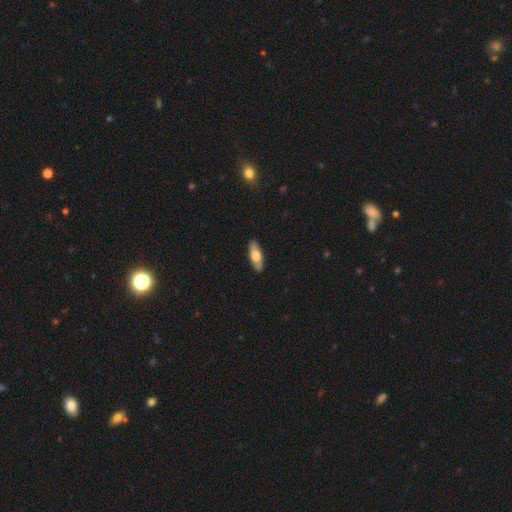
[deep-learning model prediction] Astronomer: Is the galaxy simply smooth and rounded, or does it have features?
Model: smooth — 64%.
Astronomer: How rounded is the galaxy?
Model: in between — 72%.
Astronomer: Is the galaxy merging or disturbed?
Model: none — 89%.